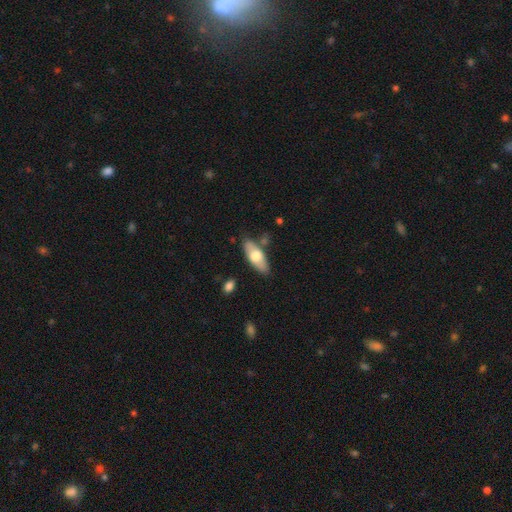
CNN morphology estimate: Overall: smooth (62%; featured or disk 32%). How rounded: in between (76%). Merging: none (77%).